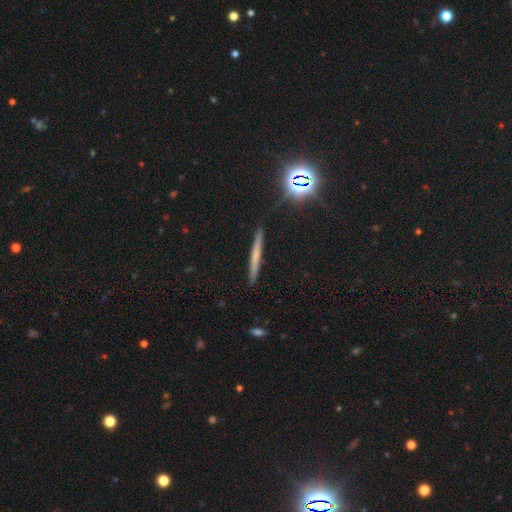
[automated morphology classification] Smooth or featured?
  - smooth: 45% *
  - featured or disk: 39%
  - star or artifact: 15%
Merging?
  - none: 90% *
  - minor disturbance: 7%
  - major disturbance: 2%
  - merger: 1%